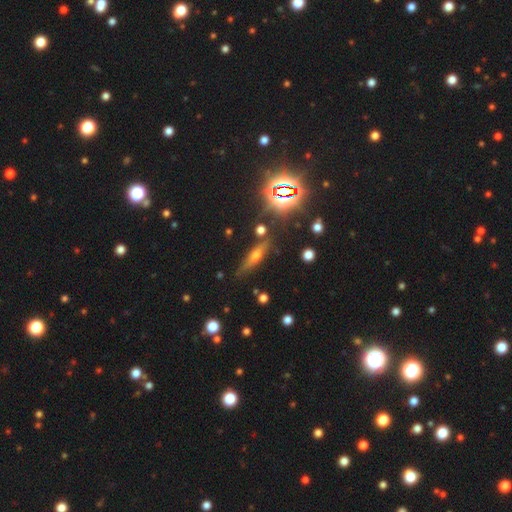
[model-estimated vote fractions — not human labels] smooth 41%, featured or disk 40%, star or artifact 19%. Down the decision tree: merging — none (77%).